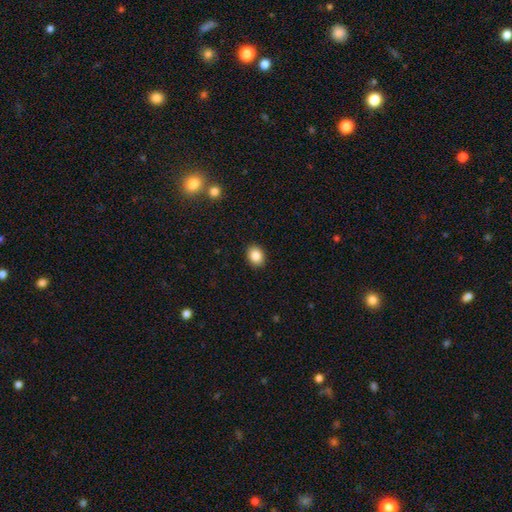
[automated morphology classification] A smooth galaxy with no disk features (86%) that is in between round and cigar-shaped (57%).

Vote fractions:
- Smooth or featured? smooth: 86% / star or artifact: 9% / featured or disk: 5%
- How rounded? in between: 57% / round: 42% / cigar-shaped: 1%
- Merging? none: 91% / minor disturbance: 7% / major disturbance: 2% / merger: 1%